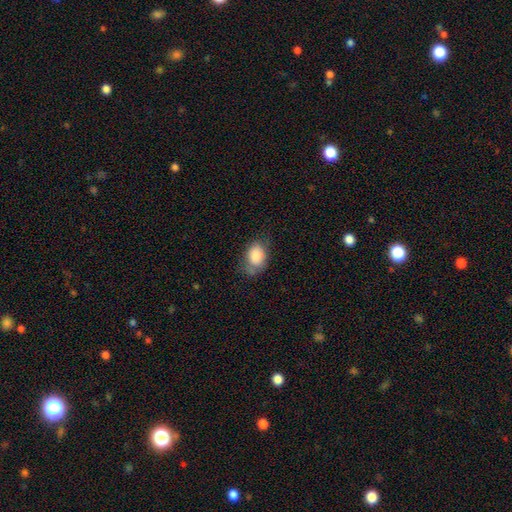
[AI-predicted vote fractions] Q: Smooth or featured?
A: smooth (81%); runner-up: featured or disk (12%)
Q: How rounded?
A: in between (82%); runner-up: round (17%)
Q: Merging?
A: none (54%); runner-up: minor disturbance (32%)